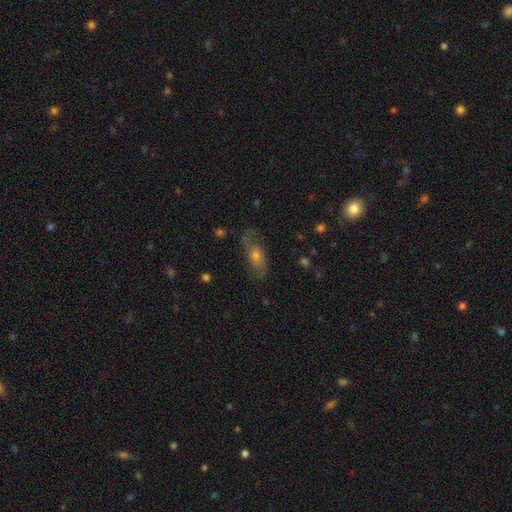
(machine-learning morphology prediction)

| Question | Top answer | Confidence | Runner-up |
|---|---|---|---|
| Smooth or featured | featured or disk | 48% | smooth (38%) |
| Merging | none | 68% | minor disturbance (20%) |